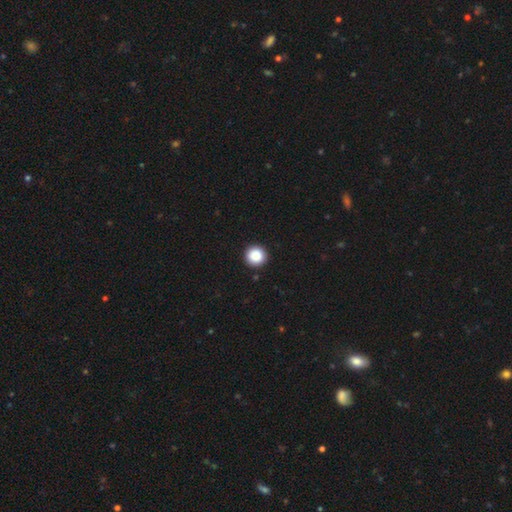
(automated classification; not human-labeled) This appears to be a smooth galaxy with no disk features (88%) that is round (96%). Merging: none (93%).